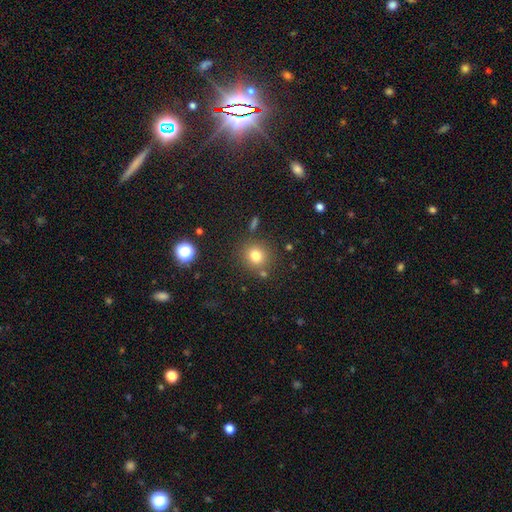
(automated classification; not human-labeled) smooth-or-featured: smooth: 78% | star or artifact: 14% | featured or disk: 8%
  how-rounded: round: 87% | in between: 12% | cigar-shaped: 1%
  merging: none: 82% | minor disturbance: 9% | merger: 6% | major disturbance: 3%